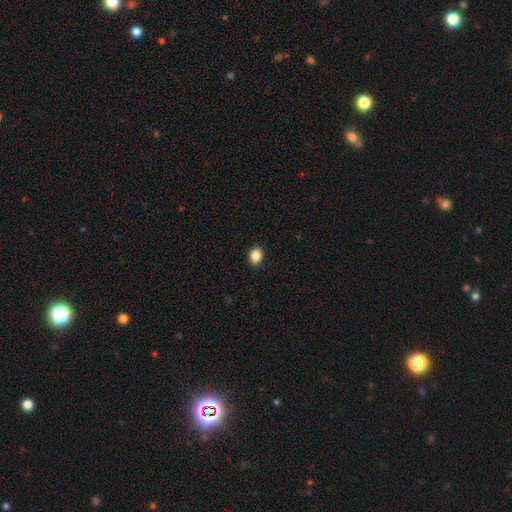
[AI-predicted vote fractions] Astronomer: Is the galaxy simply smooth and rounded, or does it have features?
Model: smooth — 88%.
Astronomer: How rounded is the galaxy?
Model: in between — 66%.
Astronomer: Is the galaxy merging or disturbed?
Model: none — 90%.